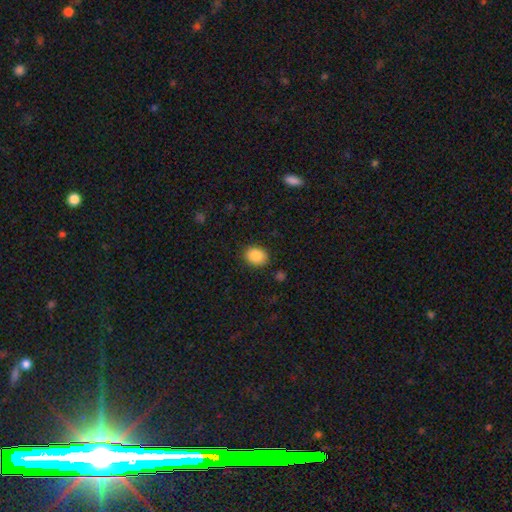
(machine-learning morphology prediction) The model was most divided on "how rounded": in between: 53%, round: 46%, cigar-shaped: 1%. More confident: smooth or featured — smooth (87%); merging — none (87%).